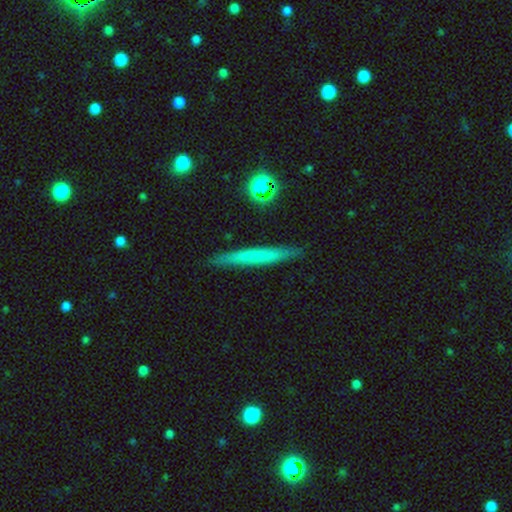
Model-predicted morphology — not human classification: Smooth or featured?
  - smooth: 60% *
  - featured or disk: 33%
  - star or artifact: 8%
How rounded?
  - cigar-shaped: 95% *
  - in between: 3%
  - round: 2%
Merging?
  - none: 90% *
  - minor disturbance: 7%
  - major disturbance: 2%
  - merger: 1%